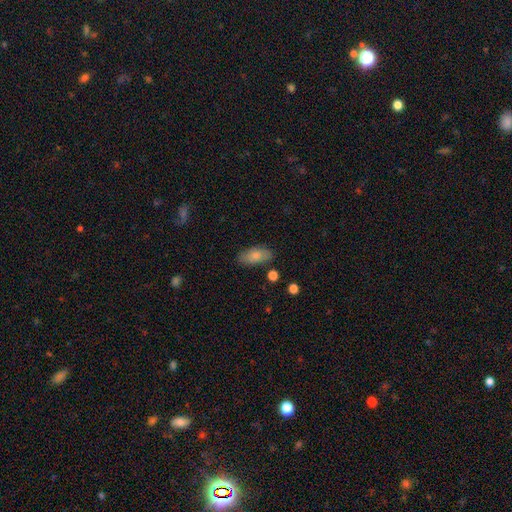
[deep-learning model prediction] This appears to be a smooth galaxy with no disk features (80%) that is in between round and cigar-shaped (90%). Merging: none (79%).